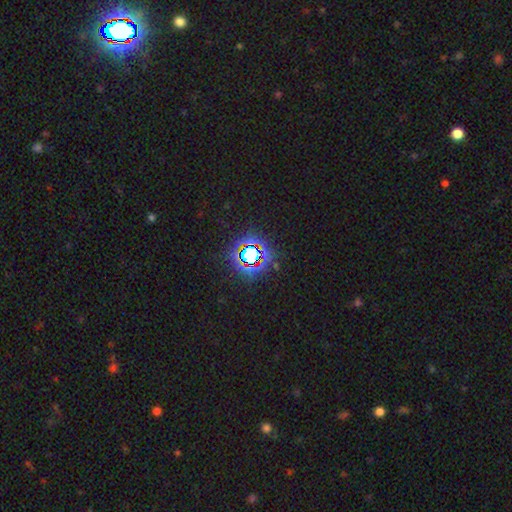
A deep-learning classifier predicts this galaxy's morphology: smooth-or-featured: star or artifact: 74% | smooth: 16% | featured or disk: 10%